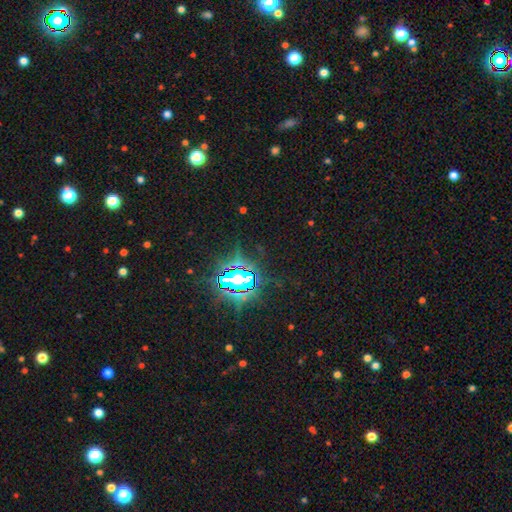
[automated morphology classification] Smooth or featured? Predicted: star or artifact (p=0.82).